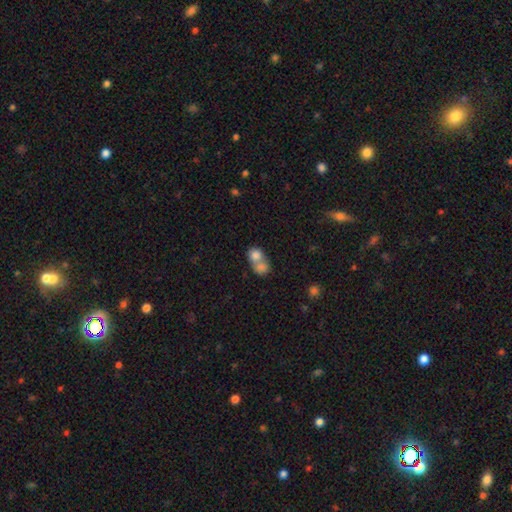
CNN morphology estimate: Smooth or featured?
  - smooth: 78% *
  - featured or disk: 14%
  - star or artifact: 9%
How rounded?
  - round: 61% *
  - in between: 38%
  - cigar-shaped: 1%
Merging?
  - merger: 73% *
  - none: 19%
  - minor disturbance: 5%
  - major disturbance: 3%